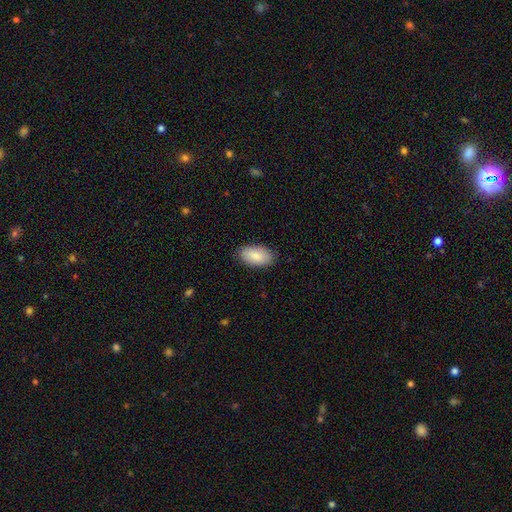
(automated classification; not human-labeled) Overall: smooth (87%). How rounded: in between (95%). Merging: none (86%).